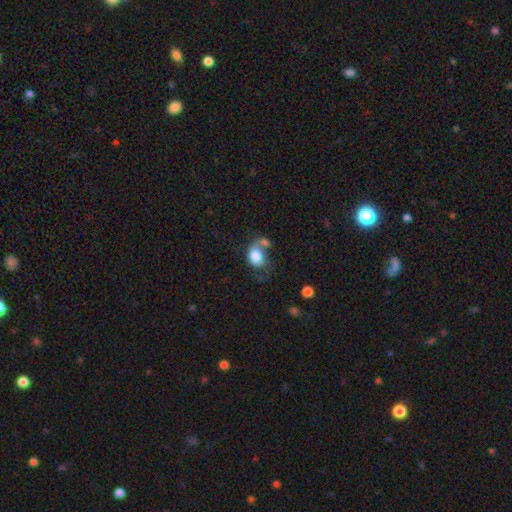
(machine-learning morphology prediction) Smooth or featured? smooth (76%)
How rounded? in between (60%)
Merging? merger (39%)